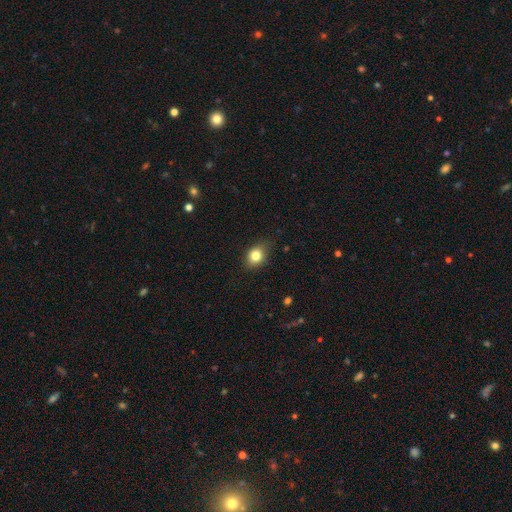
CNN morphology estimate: A smooth galaxy with no disk features (80%) that is in between round and cigar-shaped (50%).

Vote fractions:
- Smooth or featured? smooth: 80% / star or artifact: 10% / featured or disk: 9%
- How rounded? in between: 50% / round: 48% / cigar-shaped: 1%
- Merging? none: 79% / minor disturbance: 16% / major disturbance: 3% / merger: 1%